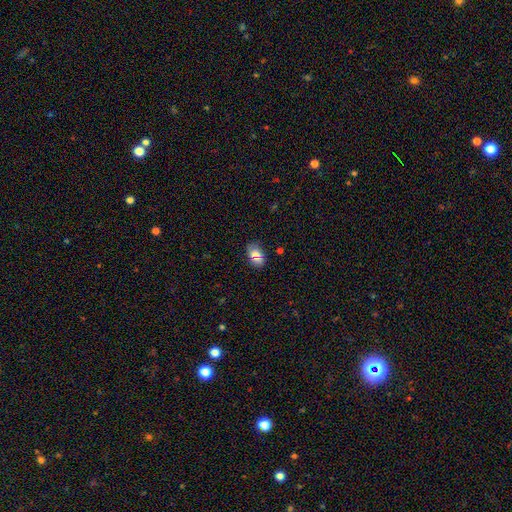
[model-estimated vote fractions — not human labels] Morphology: type=smooth (74%); roundness=in between (85%); merging=none (71%).